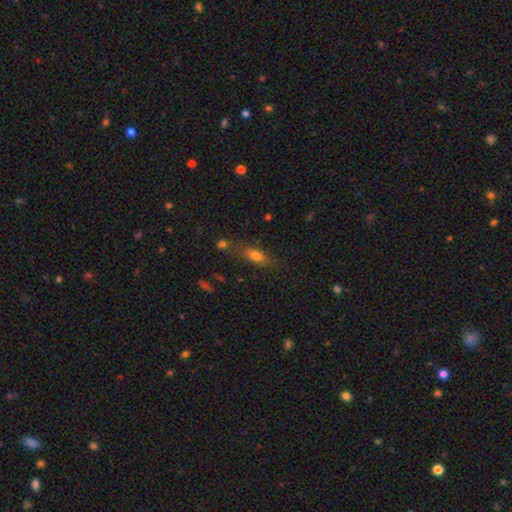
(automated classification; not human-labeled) Overall: smooth (69%). How rounded: in between (59%; cigar-shaped 35%). Merging: none (63%).